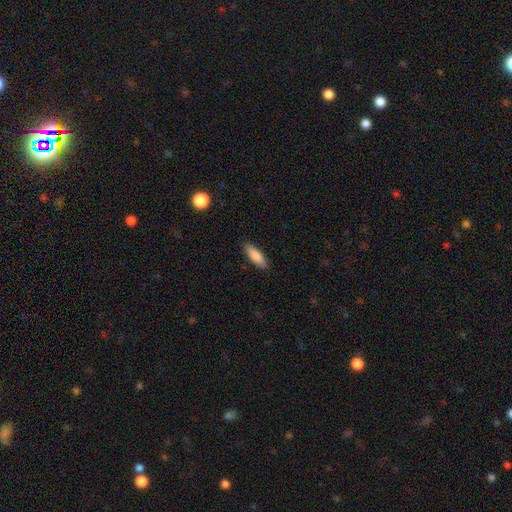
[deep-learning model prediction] smooth 84%, featured or disk 10%, star or artifact 6%. Down the decision tree: how rounded — in between (50%); merging — none (87%).